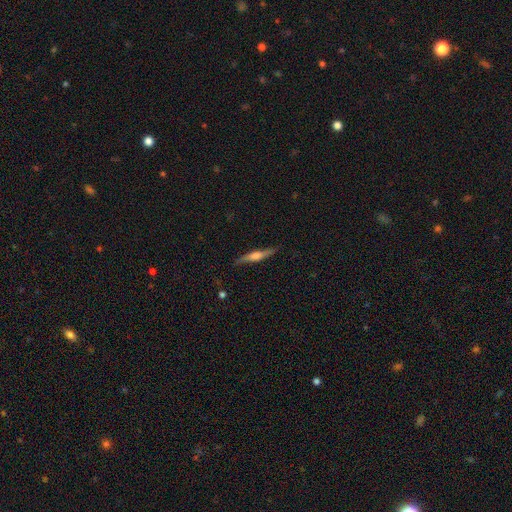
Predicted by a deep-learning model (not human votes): A featured or disk galaxy (59%) viewed edge-on (93%) with a rounded central bulge (72%). Merging: none (83%).